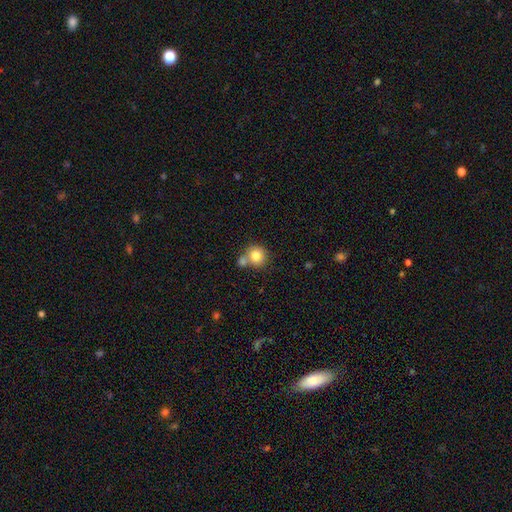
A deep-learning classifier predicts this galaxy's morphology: Smooth or featured?
  - smooth: 82% *
  - star or artifact: 9%
  - featured or disk: 9%
How rounded?
  - round: 87% *
  - in between: 13%
  - cigar-shaped: 1%
Merging?
  - none: 52% *
  - merger: 35%
  - minor disturbance: 9%
  - major disturbance: 3%